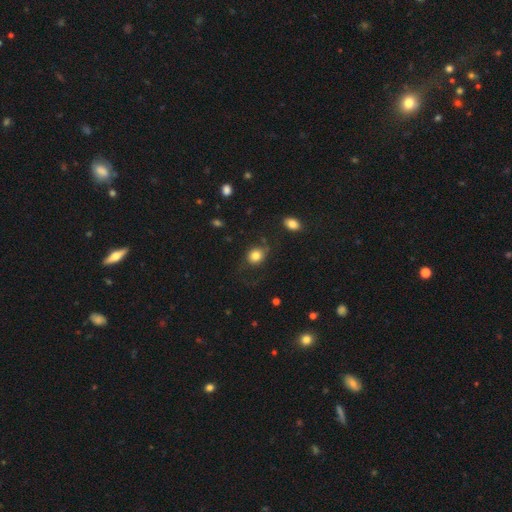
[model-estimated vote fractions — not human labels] Smooth or featured? smooth (79%)
How rounded? round (69%)
Merging? none (64%)